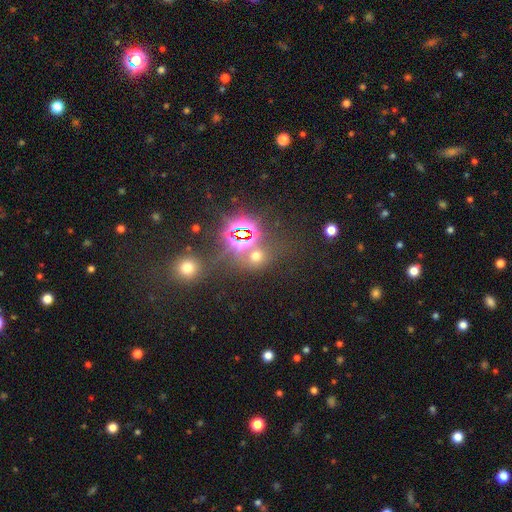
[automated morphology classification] star or artifact 51%, smooth 40%, featured or disk 9%.